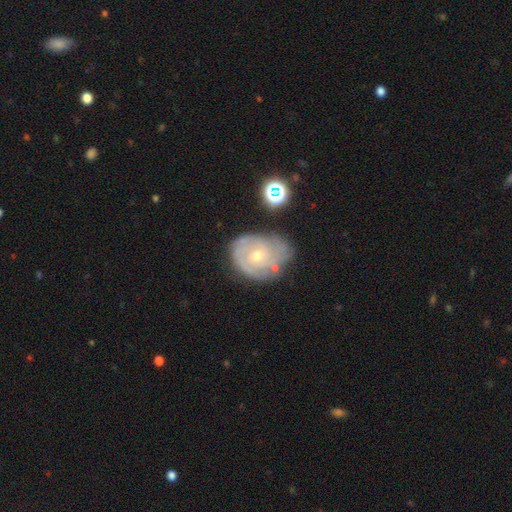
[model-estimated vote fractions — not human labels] Smooth or featured: featured or disk — 73% (smooth — 19%)
Edge-on disk: no — 97% (yes — 3%)
Bar: no — 75% (weak — 22%)
Spiral arms: yes — 85% (no — 15%)
Spiral winding: tight — 65% (medium — 27%)
Spiral arm count: can't tell — 47% (2 — 24%)
Bulge size: small — 60% (moderate — 37%)
Merging: none — 56% (minor disturbance — 28%)